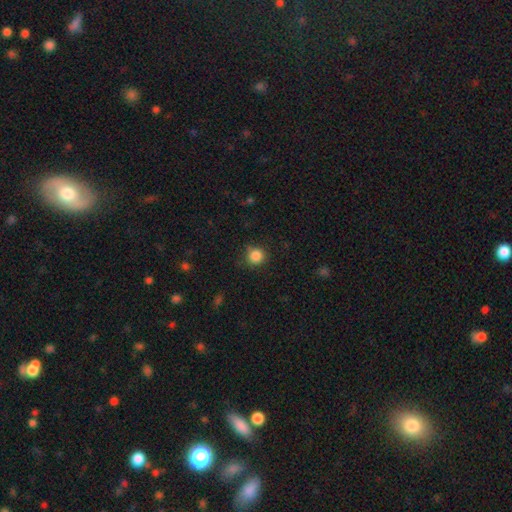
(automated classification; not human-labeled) A smooth galaxy with no disk features (85%) that is round (92%). Merging: none (81%).